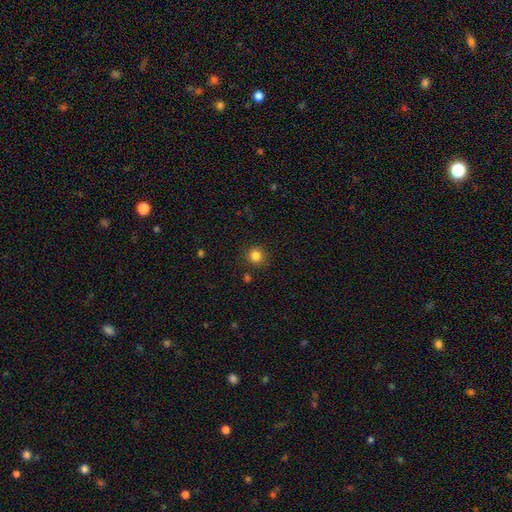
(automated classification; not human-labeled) smooth-or-featured: smooth: 84% | star or artifact: 12% | featured or disk: 5%
  how-rounded: round: 91% | in between: 8% | cigar-shaped: 1%
  merging: none: 88% | minor disturbance: 7% | major disturbance: 2% | merger: 2%